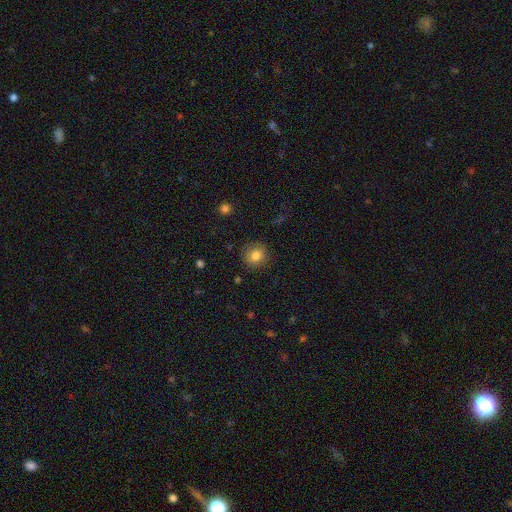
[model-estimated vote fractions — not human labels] A smooth galaxy with no disk features (82%) that is round (88%). Merging: none (86%).